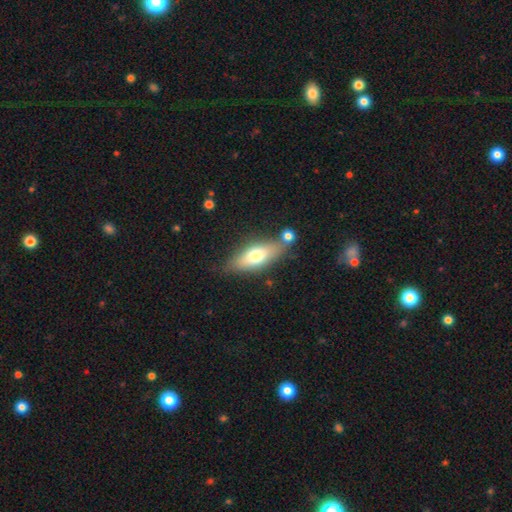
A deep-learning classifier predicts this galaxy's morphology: A smooth galaxy with no disk features (65%) that is in between round and cigar-shaped (66%).

Vote fractions:
- Smooth or featured? smooth: 65% / featured or disk: 28% / star or artifact: 7%
- How rounded? in between: 66% / cigar-shaped: 31% / round: 3%
- Merging? none: 64% / minor disturbance: 16% / merger: 15% / major disturbance: 5%